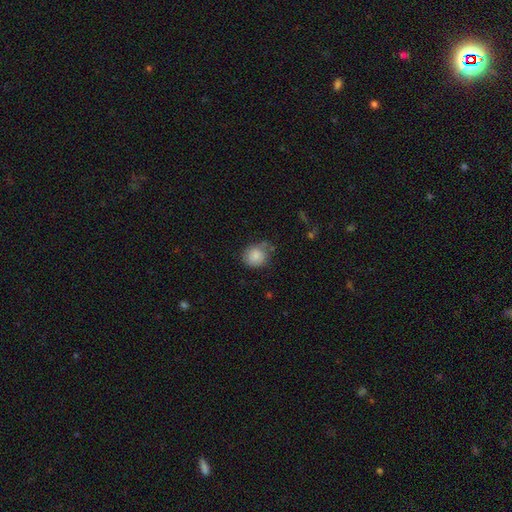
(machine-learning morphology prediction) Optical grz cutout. It shows a smooth galaxy with no disk features (85%) that is round (80%). Merging: none (65%).